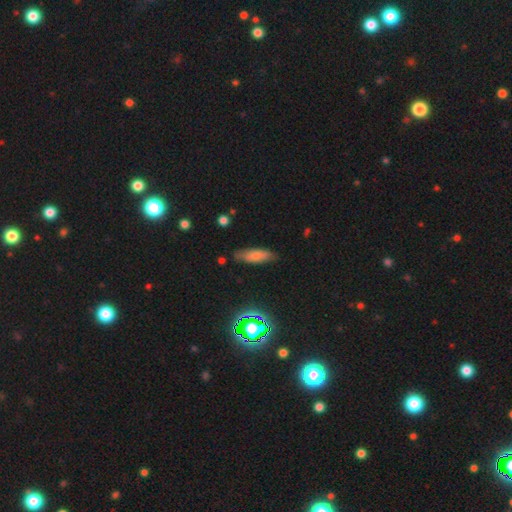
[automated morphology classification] A smooth galaxy with no disk features (71%) that is in between round and cigar-shaped (49%, tied with cigar-shaped).

Vote fractions:
- Smooth or featured? smooth: 71% / featured or disk: 19% / star or artifact: 11%
- How rounded? in between: 49% (tied) / cigar-shaped: 49% (tied) / round: 2%
- Merging? none: 81% / minor disturbance: 15% / major disturbance: 3% / merger: 2%